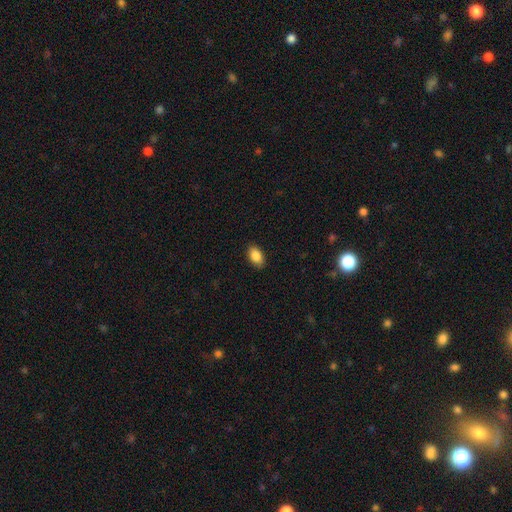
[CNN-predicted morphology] Q: Smooth or featured?
A: smooth (88%); runner-up: star or artifact (7%)
Q: How rounded?
A: in between (92%); runner-up: round (7%)
Q: Merging?
A: none (88%); runner-up: minor disturbance (9%)